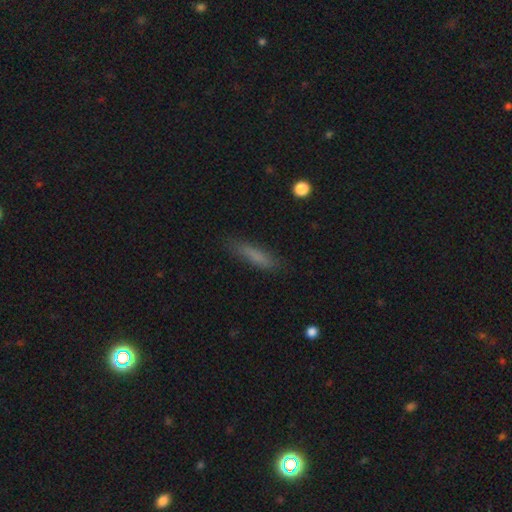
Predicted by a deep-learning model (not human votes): smooth_or_featured: smooth (p=0.76) [alt: featured or disk p=0.15]
how_rounded: cigar-shaped (p=0.80) [alt: in between p=0.18]
merging: none (p=0.79) [alt: minor disturbance p=0.16]